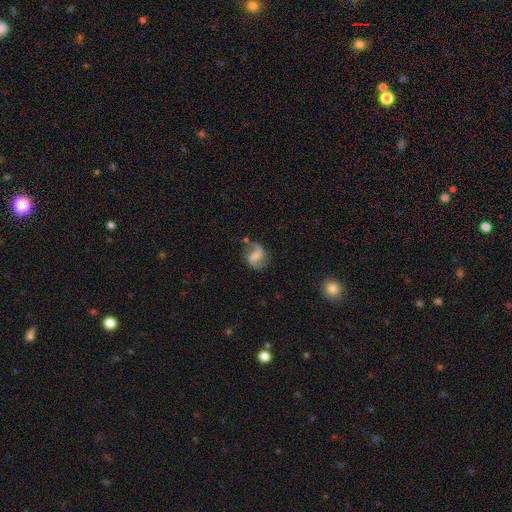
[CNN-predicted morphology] Smooth or featured: featured or disk — 83% (smooth — 10%)
Edge-on disk: no — 98% (yes — 2%)
Bar: weak — 45% (strong — 28%)
Spiral arms: yes — 96% (no — 4%)
Spiral winding: loose — 48% (medium — 42%)
Spiral arm count: 2 — 90% (1 — 5%)
Bulge size: none — 55% (small — 17%)
Merging: none — 67% (minor disturbance — 18%)